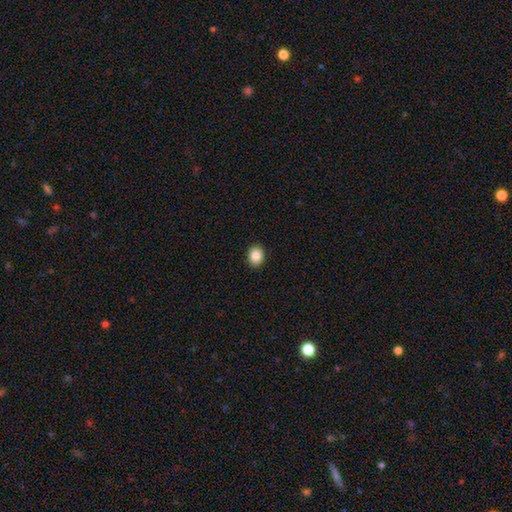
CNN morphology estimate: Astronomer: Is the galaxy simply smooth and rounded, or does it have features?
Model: smooth — 87%.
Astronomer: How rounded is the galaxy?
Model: in between — 51% (runner-up: round, 48%).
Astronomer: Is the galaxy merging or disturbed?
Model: none — 92%.